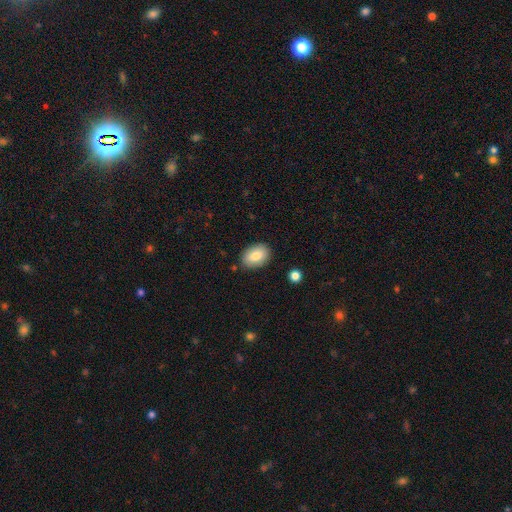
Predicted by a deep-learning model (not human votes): The model was most divided on "smooth or featured": smooth: 82%, featured or disk: 11%, star or artifact: 7%. More confident: how rounded — in between (85%); merging — none (85%).